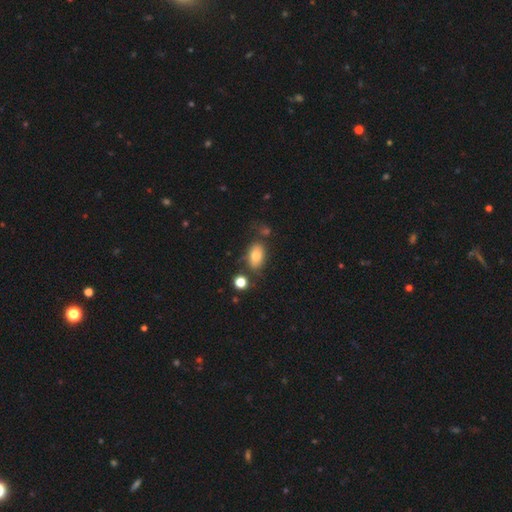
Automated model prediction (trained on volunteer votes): A smooth galaxy with no disk features (80%) that is in between round and cigar-shaped (88%).

Vote fractions:
- Smooth or featured? smooth: 80% / featured or disk: 11% / star or artifact: 9%
- How rounded? in between: 88% / round: 9% / cigar-shaped: 3%
- Merging? none: 62% / minor disturbance: 21% / merger: 9% / major disturbance: 8%